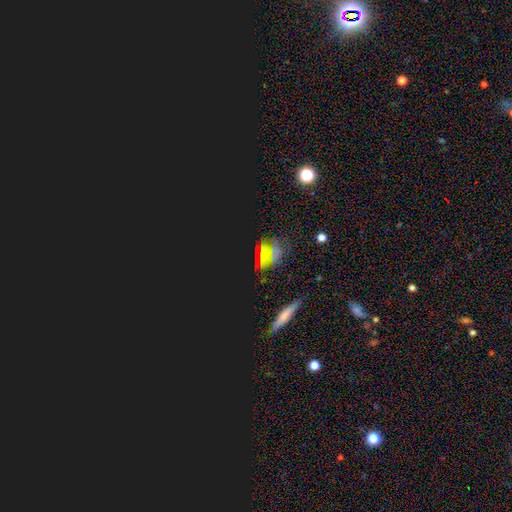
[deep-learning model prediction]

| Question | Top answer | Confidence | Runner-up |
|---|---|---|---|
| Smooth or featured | star or artifact | 67% | smooth (21%) |